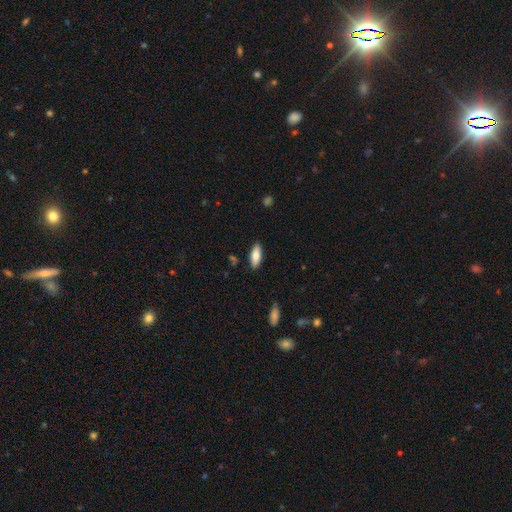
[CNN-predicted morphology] smooth 81%, featured or disk 13%, star or artifact 6%. Down the decision tree: how rounded — in between (74%); merging — none (87%).